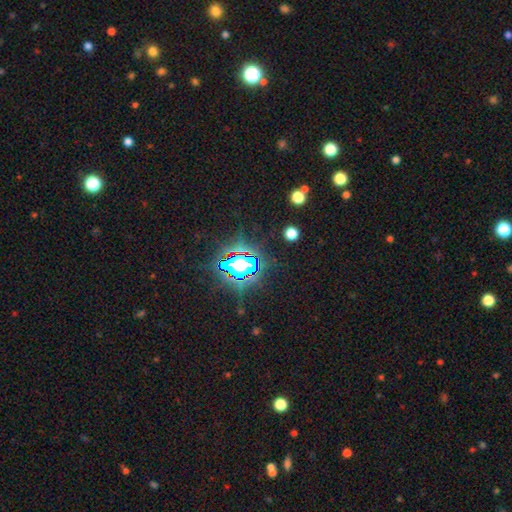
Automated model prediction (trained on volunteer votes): A star or artifact, not a galaxy (84%).

Vote fractions:
- Smooth or featured? star or artifact: 84% / smooth: 10% / featured or disk: 7%